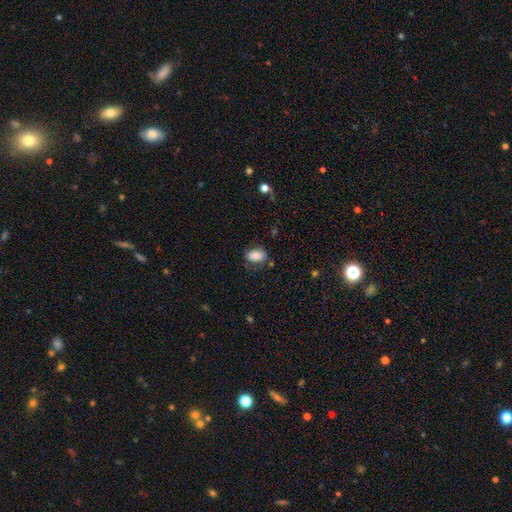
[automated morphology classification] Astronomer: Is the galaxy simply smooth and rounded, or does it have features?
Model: smooth — 83%.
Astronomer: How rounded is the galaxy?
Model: in between — 87%.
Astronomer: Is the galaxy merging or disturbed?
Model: none — 68%.